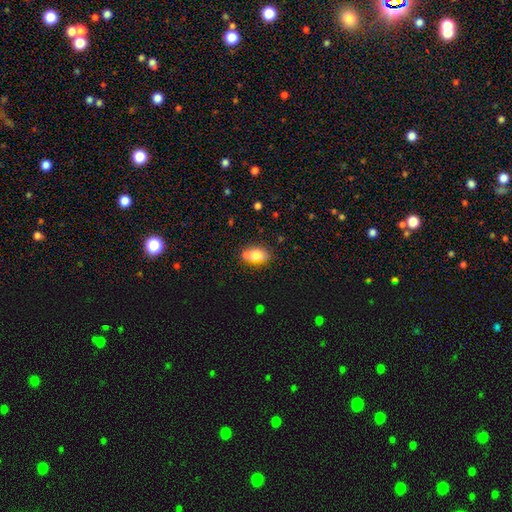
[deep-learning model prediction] A smooth galaxy with no disk features (76%) that is in between round and cigar-shaped (80%). Merging: none (53%).